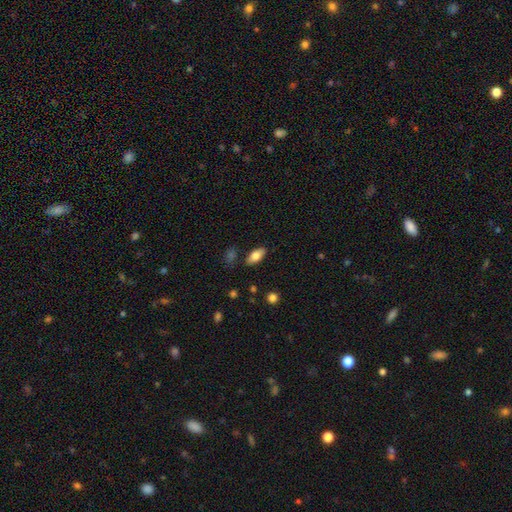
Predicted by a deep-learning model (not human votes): Smooth or featured? smooth (75%)
How rounded? in between (88%)
Merging? none (83%)